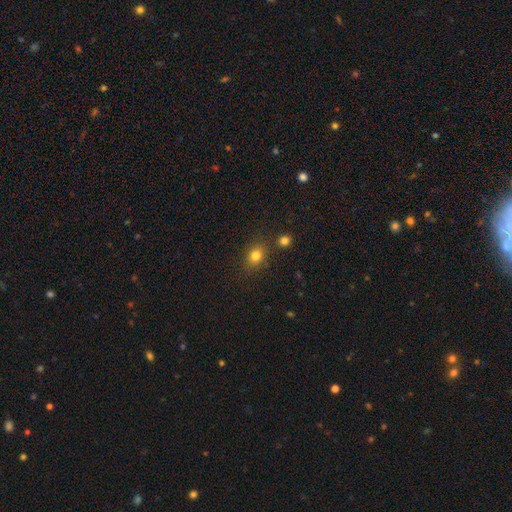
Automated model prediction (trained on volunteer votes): Morphology: type=smooth (80%); roundness=round (55%); merging=none (79%).